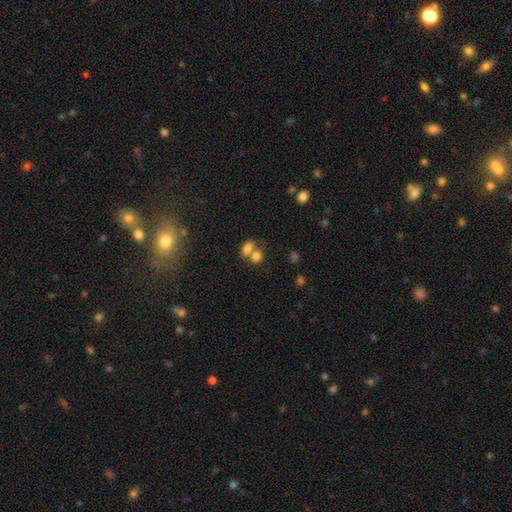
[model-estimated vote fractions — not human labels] A smooth galaxy with no disk features (78%) that is in between round and cigar-shaped (71%).

Vote fractions:
- Smooth or featured? smooth: 78% / star or artifact: 12% / featured or disk: 10%
- How rounded? in between: 71% / round: 27% / cigar-shaped: 2%
- Merging? merger: 57% / none: 30% / minor disturbance: 8% / major disturbance: 5%